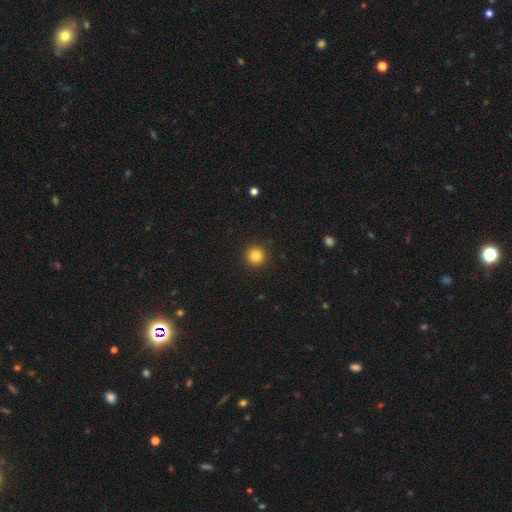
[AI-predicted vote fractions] The model was most divided on "smooth or featured": smooth: 83%, star or artifact: 11%, featured or disk: 5%. More confident: how rounded — round (95%); merging — none (93%).